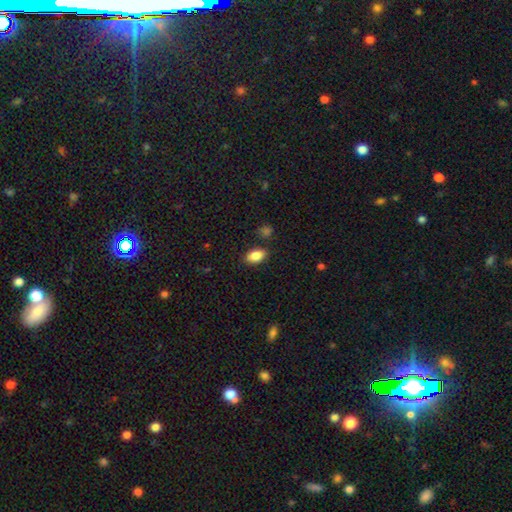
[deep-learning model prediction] smooth_or_featured: smooth (p=0.86) [alt: star or artifact p=0.08]
how_rounded: in between (p=0.91) [alt: round p=0.06]
merging: none (p=0.85) [alt: minor disturbance p=0.10]